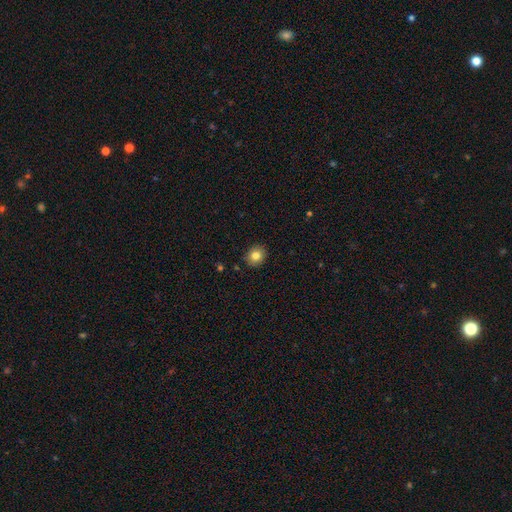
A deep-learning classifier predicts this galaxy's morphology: This is clearly a smooth galaxy (80%). How rounded: likely round (75%). Merging: clearly none (88%).